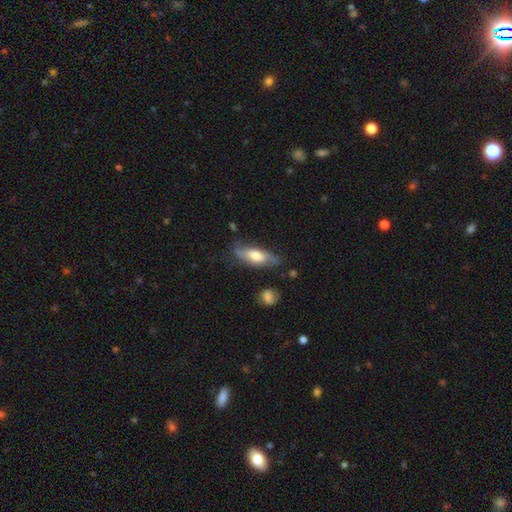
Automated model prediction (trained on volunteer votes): This is possibly a featured or disk galaxy (48%). Merging: likely none (65%).